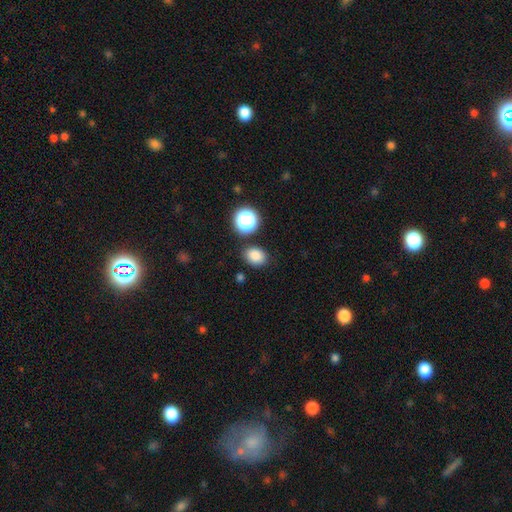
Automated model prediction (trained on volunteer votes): Morphology: type=smooth (84%); roundness=in between (61%); merging=none (82%).